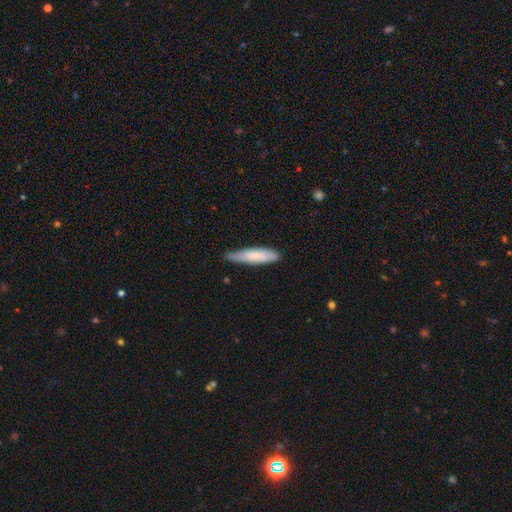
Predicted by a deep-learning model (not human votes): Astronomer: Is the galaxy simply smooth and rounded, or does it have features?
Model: smooth — 76%.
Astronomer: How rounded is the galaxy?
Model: cigar-shaped — 76%.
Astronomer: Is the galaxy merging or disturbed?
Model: none — 65%.